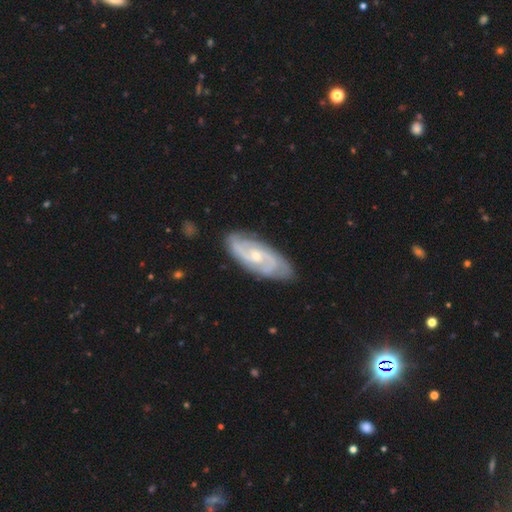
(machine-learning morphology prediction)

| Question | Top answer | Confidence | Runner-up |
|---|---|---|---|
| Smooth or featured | featured or disk | 84% | smooth (11%) |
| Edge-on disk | no | 92% | yes (8%) |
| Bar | no | 62% | weak (32%) |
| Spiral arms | yes | 96% | no (4%) |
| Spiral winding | tight | 53% | medium (38%) |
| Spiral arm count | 2 | 43% | 3 (22%) |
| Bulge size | small | 57% | moderate (40%) |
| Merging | none | 82% | minor disturbance (14%) |